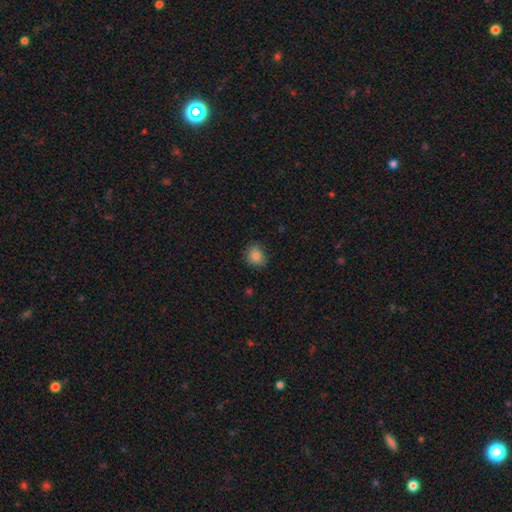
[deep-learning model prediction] Smooth or featured? smooth (83%)
How rounded? round (71%)
Merging? none (80%)